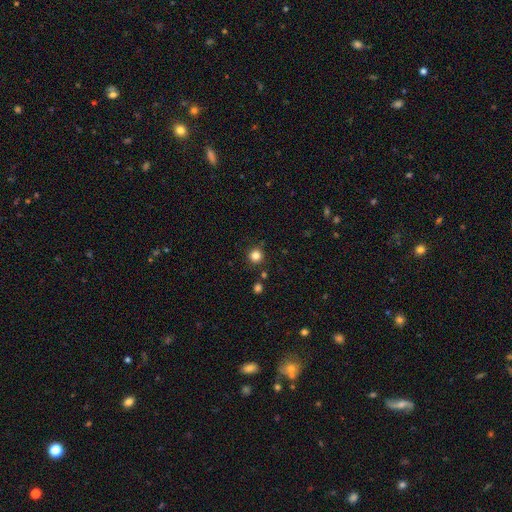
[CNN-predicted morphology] Q: Smooth or featured?
A: smooth (83%); runner-up: star or artifact (13%)
Q: How rounded?
A: round (95%); runner-up: in between (4%)
Q: Merging?
A: none (89%); runner-up: minor disturbance (6%)